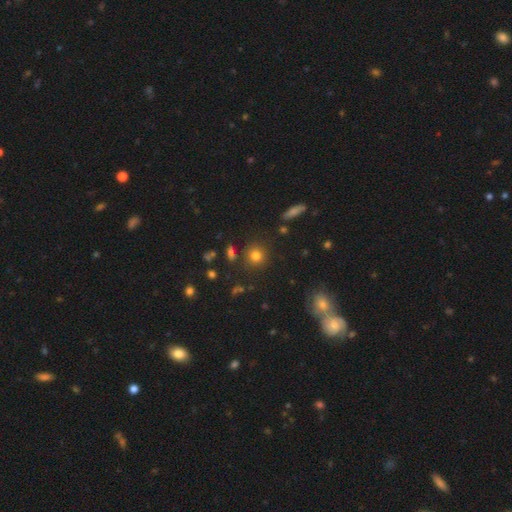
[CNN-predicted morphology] This is likely a smooth galaxy (77%). How rounded: clearly round (89%). Merging: clearly none (84%).